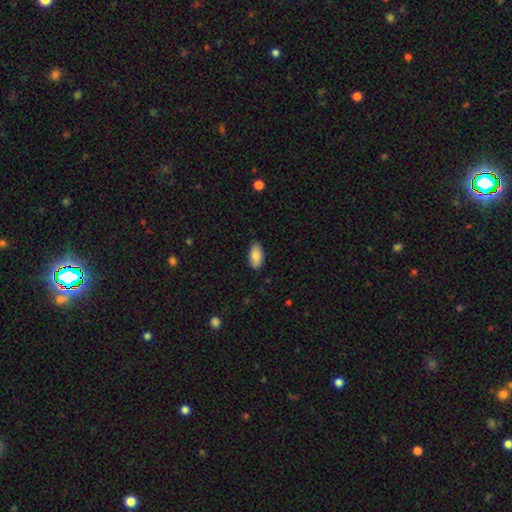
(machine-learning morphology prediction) smooth 83%, featured or disk 11%, star or artifact 6%. Down the decision tree: how rounded — in between (93%); merging — none (86%).